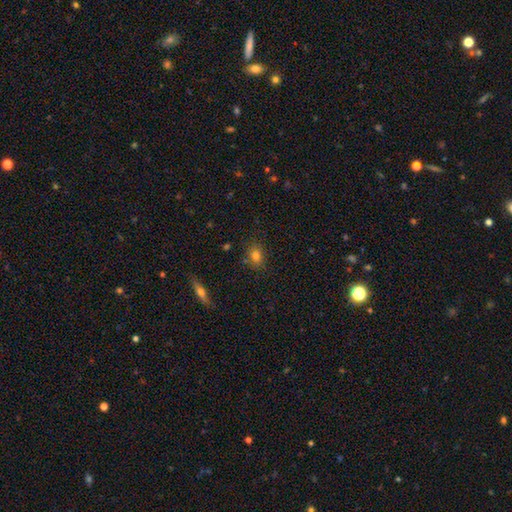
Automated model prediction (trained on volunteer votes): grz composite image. It shows a smooth galaxy with no disk features (77%) that is in between round and cigar-shaped (55%). Merging: none (81%).